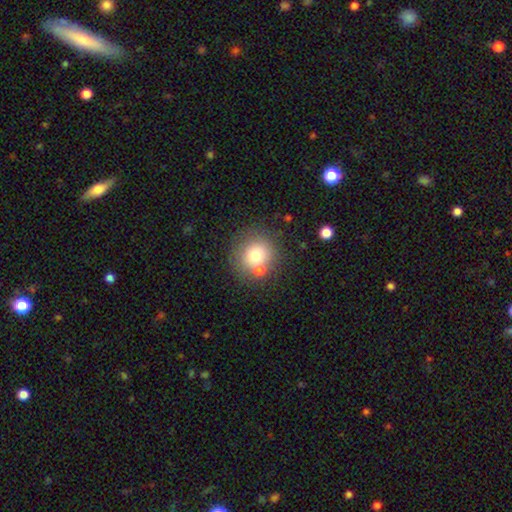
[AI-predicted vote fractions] smooth_or_featured: smooth (p=0.73) [alt: featured or disk p=0.15]
how_rounded: round (p=0.90) [alt: in between p=0.09]
merging: none (p=0.68) [alt: merger p=0.16]